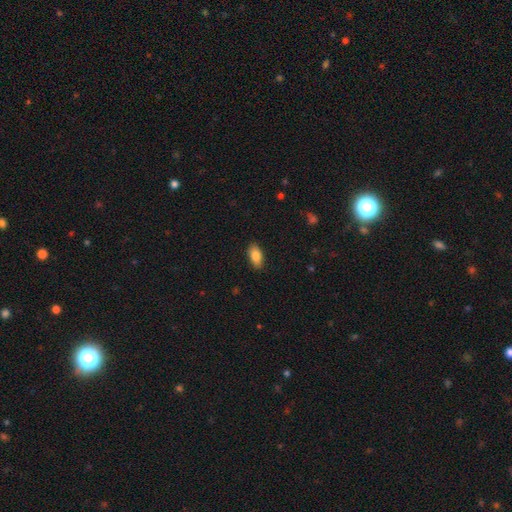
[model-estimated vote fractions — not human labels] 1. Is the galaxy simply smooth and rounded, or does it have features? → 85% smooth, 8% featured or disk, 7% star or artifact.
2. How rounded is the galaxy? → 91% in between, 6% cigar-shaped, 3% round.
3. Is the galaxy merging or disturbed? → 87% none, 10% minor disturbance, 2% major disturbance, 1% merger.